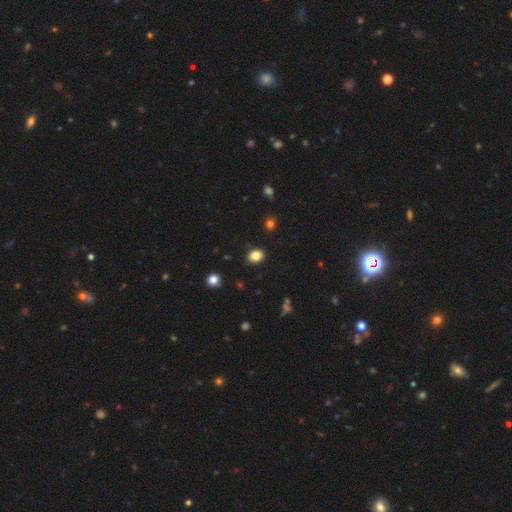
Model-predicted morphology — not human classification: Overall: smooth (84%). How rounded: in between (61%; round 38%). Merging: none (88%).